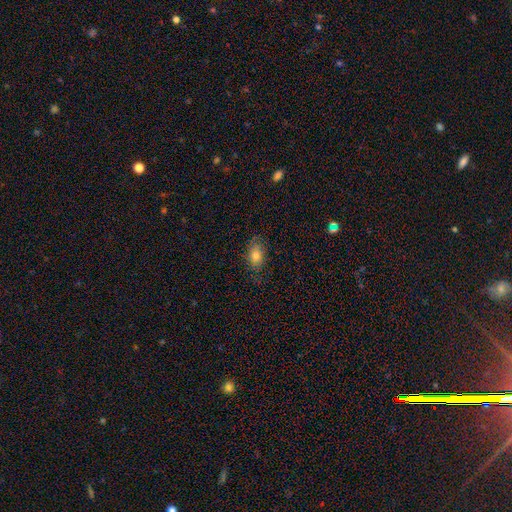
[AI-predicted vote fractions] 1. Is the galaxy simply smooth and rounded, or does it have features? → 79% smooth, 11% featured or disk, 10% star or artifact.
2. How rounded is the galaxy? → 85% in between, 12% round, 3% cigar-shaped.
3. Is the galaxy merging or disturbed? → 75% none, 18% minor disturbance, 5% major disturbance, 1% merger.